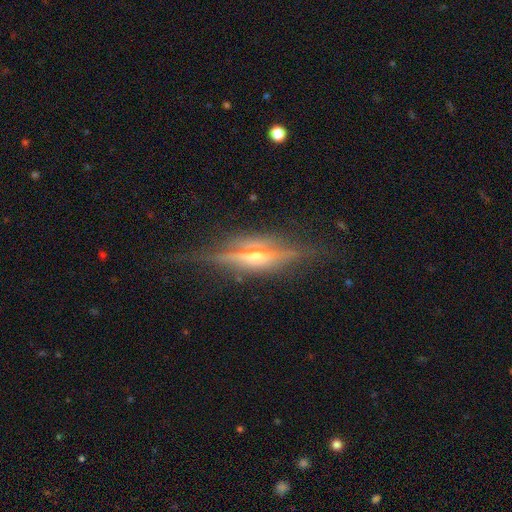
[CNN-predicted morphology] featured or disk 84%, smooth 9%, star or artifact 7%. Down the decision tree: edge-on disk — yes (95%); edge-on bulge — rounded (86%); merging — none (82%).